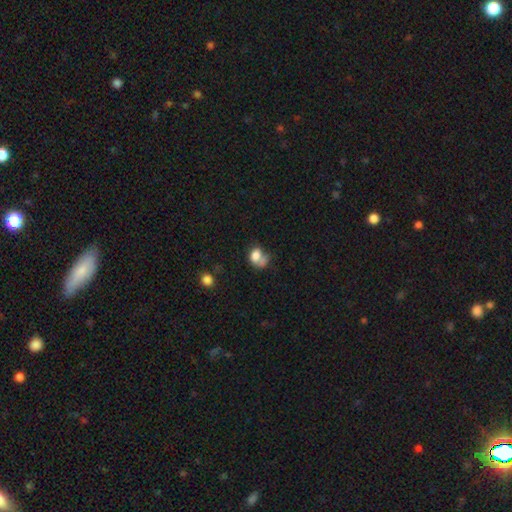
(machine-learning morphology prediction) A smooth galaxy with no disk features (75%) that is in between round and cigar-shaped (65%). Merging: merger (33%).